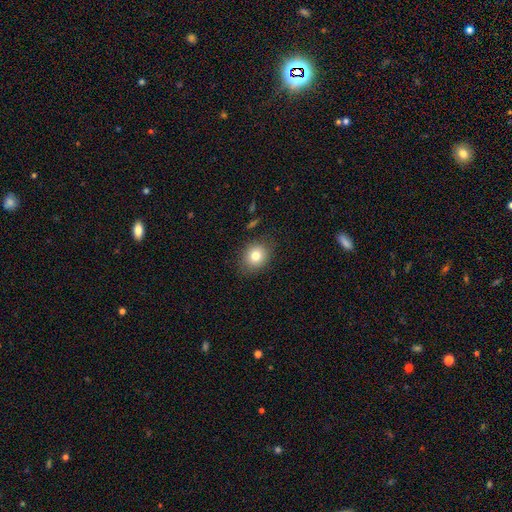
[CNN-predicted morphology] Smooth or featured: smooth — 80% (star or artifact — 11%)
How rounded: round — 63% (in between — 36%)
Merging: none — 83% (minor disturbance — 12%)